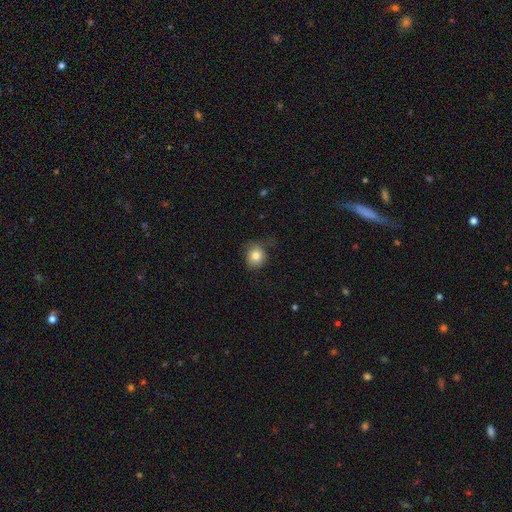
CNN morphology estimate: This is clearly a smooth galaxy (81%). How rounded: clearly round (81%). Merging: likely none (66%).